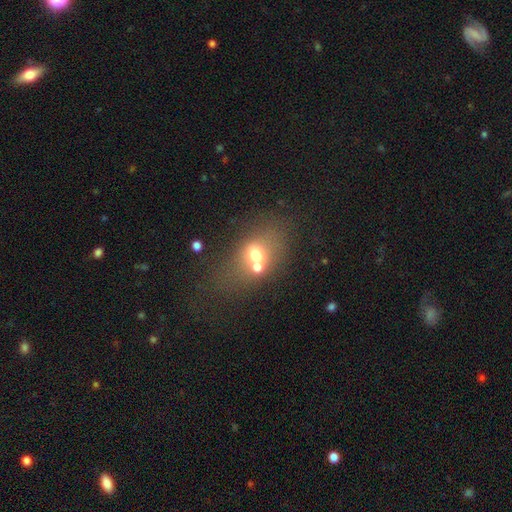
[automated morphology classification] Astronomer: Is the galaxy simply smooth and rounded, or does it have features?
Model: smooth — 59%.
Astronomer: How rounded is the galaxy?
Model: in between — 57% (runner-up: round, 41%).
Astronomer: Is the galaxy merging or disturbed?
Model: merger — 48% (runner-up: none, 35%).